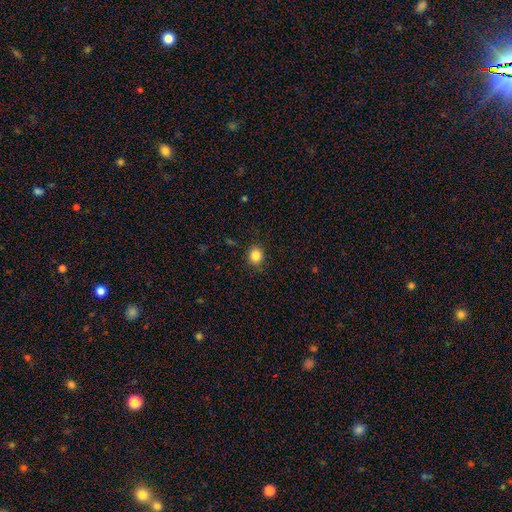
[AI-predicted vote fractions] Smooth or featured?
  - smooth: 84% *
  - star or artifact: 11%
  - featured or disk: 5%
How rounded?
  - round: 80% *
  - in between: 19%
  - cigar-shaped: 1%
Merging?
  - none: 86% *
  - minor disturbance: 10%
  - major disturbance: 3%
  - merger: 1%